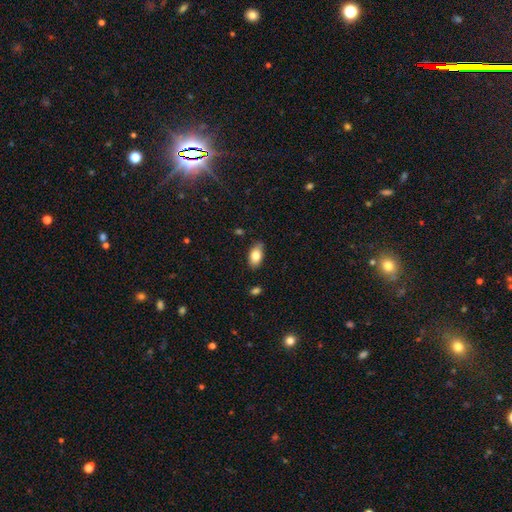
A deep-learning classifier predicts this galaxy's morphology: smooth_or_featured: smooth (p=0.81) [alt: featured or disk p=0.12]
how_rounded: in between (p=0.92) [alt: round p=0.05]
merging: none (p=0.80) [alt: minor disturbance p=0.16]